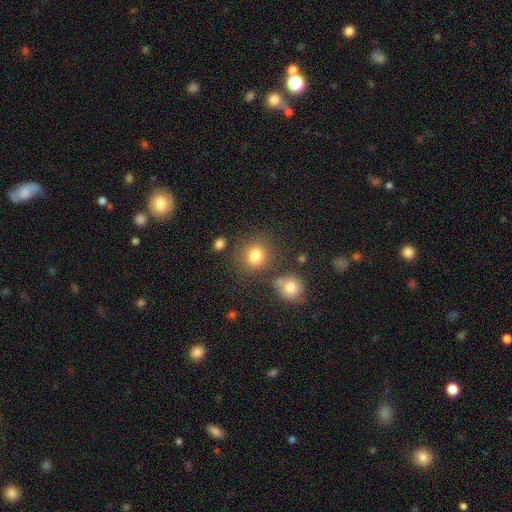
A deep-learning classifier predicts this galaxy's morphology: Smooth or featured? Predicted: smooth (p=0.81). How rounded? Predicted: round (p=0.85). Merging? Predicted: none (p=0.76).